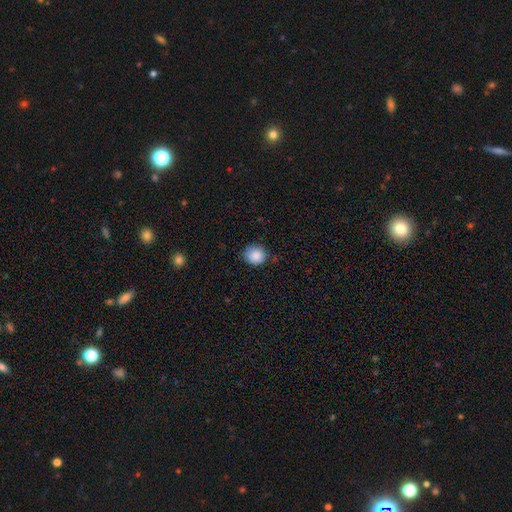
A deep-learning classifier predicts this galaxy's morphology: Q: Smooth or featured?
A: smooth (87%); runner-up: star or artifact (9%)
Q: How rounded?
A: round (84%); runner-up: in between (15%)
Q: Merging?
A: none (80%); runner-up: minor disturbance (16%)